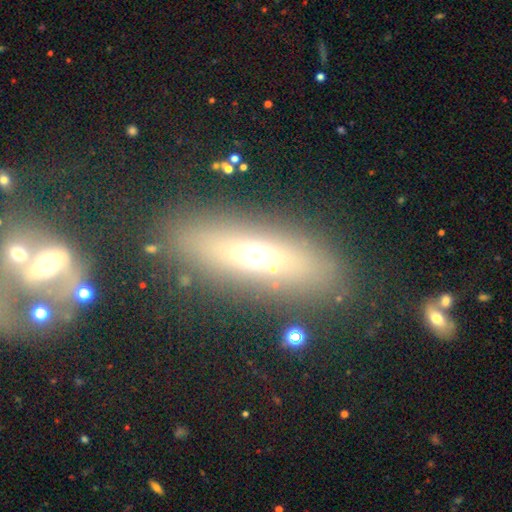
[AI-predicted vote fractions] A smooth galaxy with no disk features (53%) that is in between round and cigar-shaped (59%). Merging: none (81%).